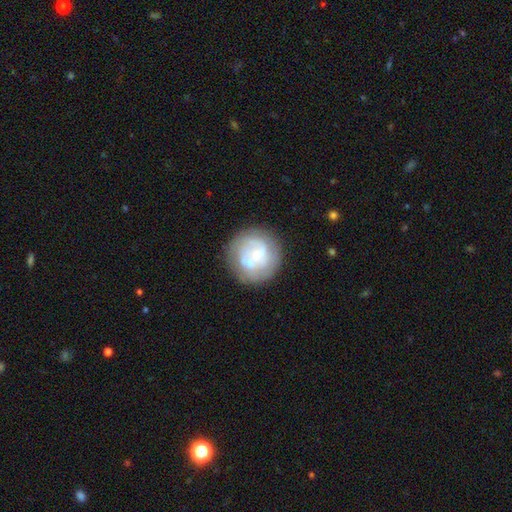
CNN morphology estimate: A featured or disk galaxy (58%) with no bar (68%), spiral arms (56%) and a small central bulge (57%). Merging: none (65%).